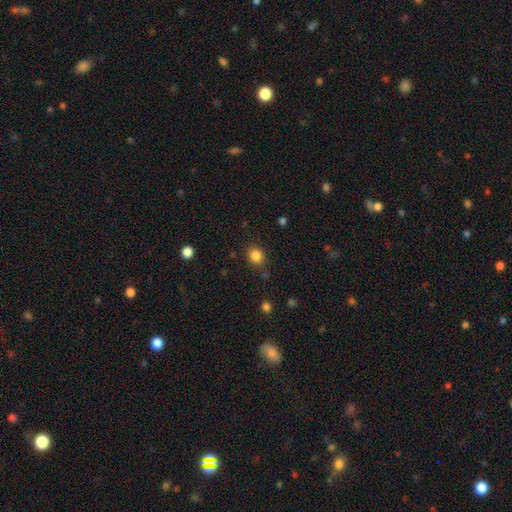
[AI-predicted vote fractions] Smooth or featured? smooth (85%)
How rounded? round (78%)
Merging? none (85%)